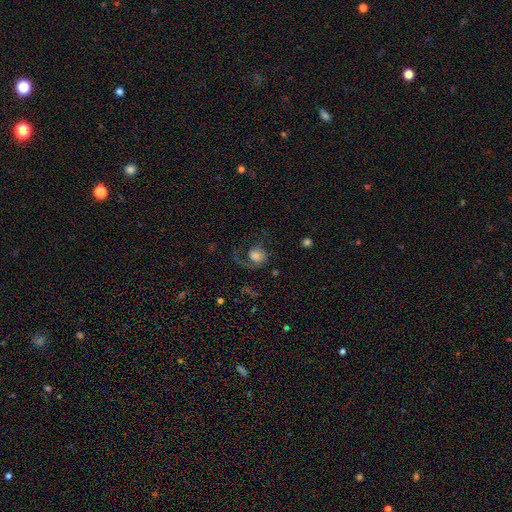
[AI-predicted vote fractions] Smooth or featured: smooth — 49% (featured or disk — 40%)
Merging: none — 43% (major disturbance — 38%)